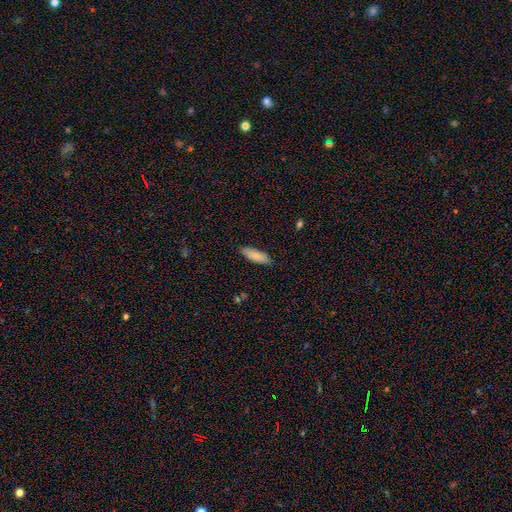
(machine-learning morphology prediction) The model was most divided on "how rounded": in between: 65%, cigar-shaped: 33%, round: 2%. More confident: merging — none (84%); smooth or featured — smooth (83%).